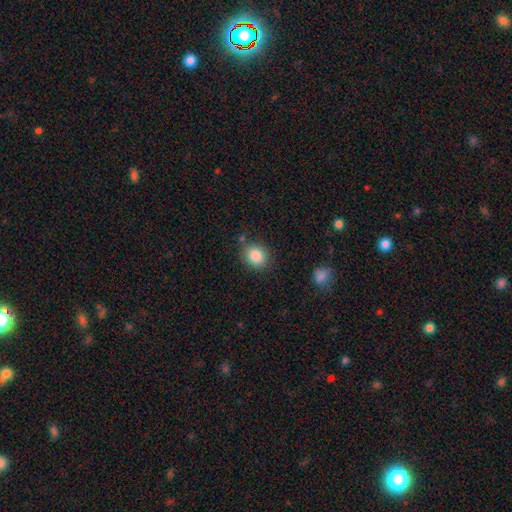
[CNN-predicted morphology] The model was most divided on "how rounded": round: 75%, in between: 24%, cigar-shaped: 1%. More confident: smooth or featured — smooth (86%); merging — none (80%).